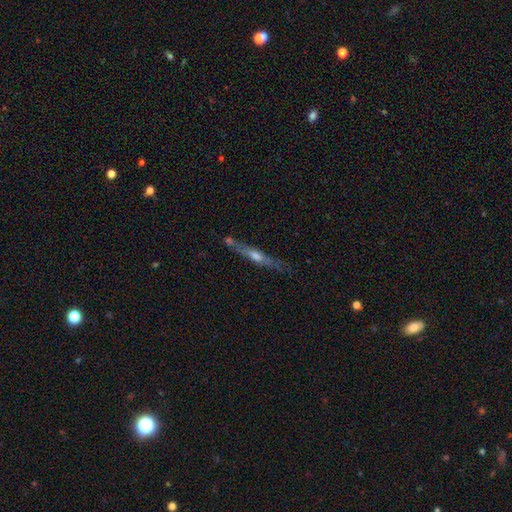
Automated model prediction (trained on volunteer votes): The model was most divided on "smooth or featured": featured or disk: 68%, smooth: 25%, star or artifact: 7%. More confident: edge-on disk — yes (93%); merging — none (74%); edge-on bulge — rounded (73%).